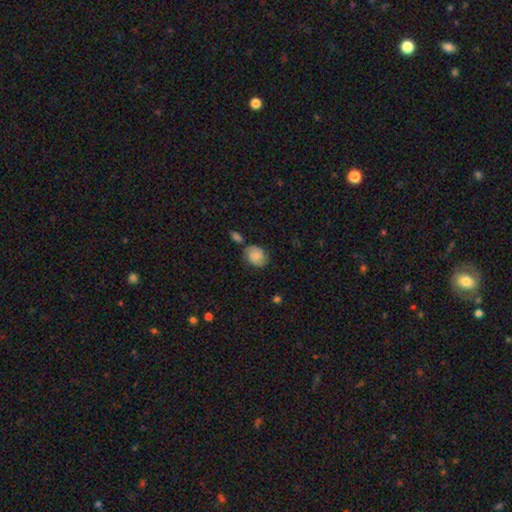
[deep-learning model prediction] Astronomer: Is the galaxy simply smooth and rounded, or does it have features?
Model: smooth — 63%.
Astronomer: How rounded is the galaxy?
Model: in between — 57% (runner-up: round, 42%).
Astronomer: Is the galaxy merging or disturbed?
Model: none — 65%.